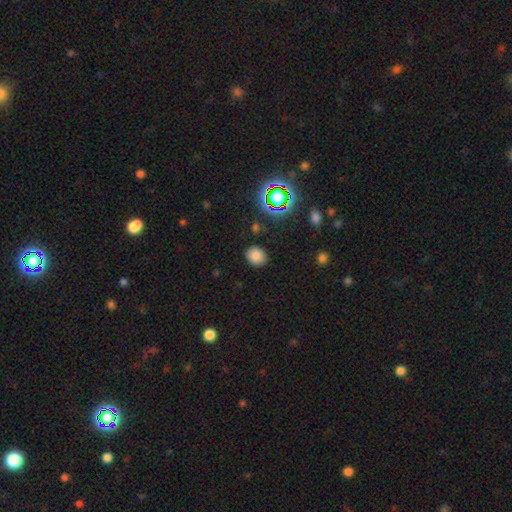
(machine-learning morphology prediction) Smooth or featured: smooth — 78% (star or artifact — 16%)
How rounded: round — 61% (in between — 38%)
Merging: none — 85% (minor disturbance — 11%)